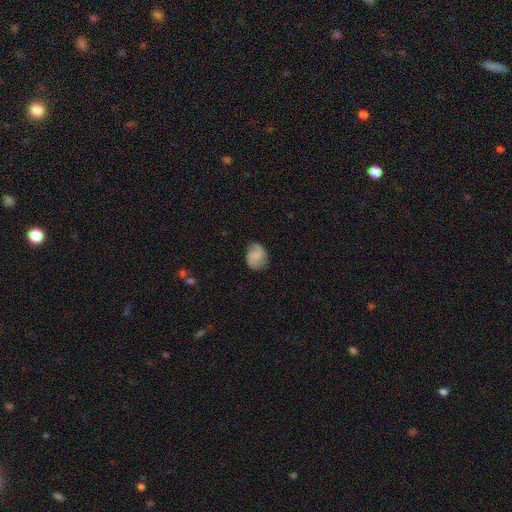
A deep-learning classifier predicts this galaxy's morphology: Q: Smooth or featured?
A: featured or disk (49%); runner-up: smooth (42%)
Q: Merging?
A: none (73%); runner-up: minor disturbance (19%)